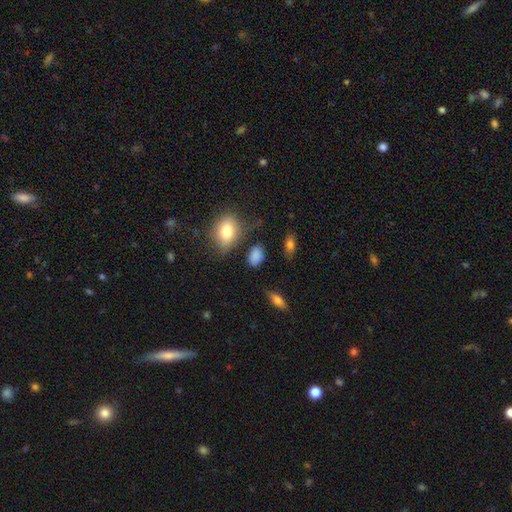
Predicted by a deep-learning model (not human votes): Smooth or featured: smooth — 82% (star or artifact — 10%)
How rounded: in between — 83% (round — 15%)
Merging: none — 71% (minor disturbance — 19%)